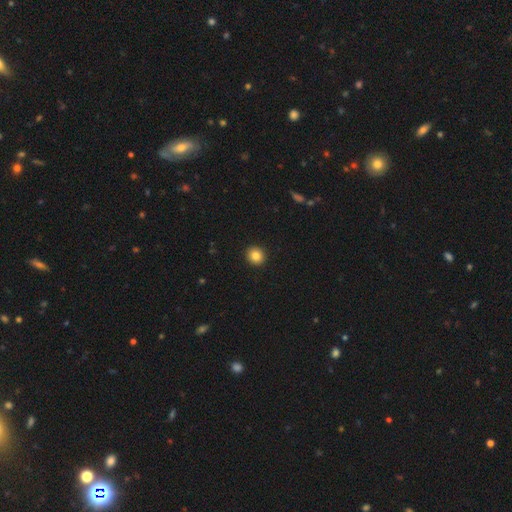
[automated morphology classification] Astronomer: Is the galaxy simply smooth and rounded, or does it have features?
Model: smooth — 83%.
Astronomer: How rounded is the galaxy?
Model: round — 89%.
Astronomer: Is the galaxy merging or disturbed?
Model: none — 93%.